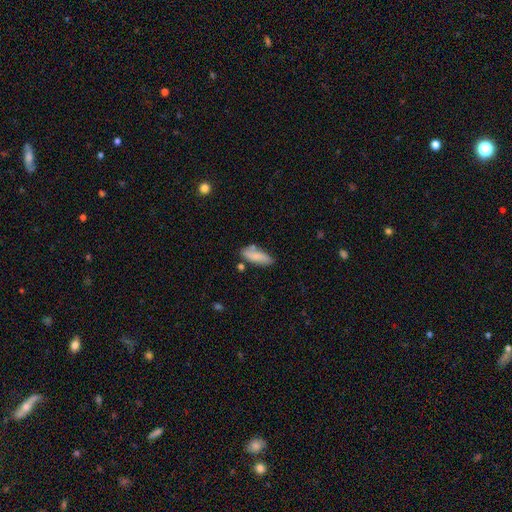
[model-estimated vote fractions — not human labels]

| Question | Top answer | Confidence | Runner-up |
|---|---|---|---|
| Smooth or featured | smooth | 79% | featured or disk (14%) |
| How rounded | in between | 63% | cigar-shaped (35%) |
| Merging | none | 65% | minor disturbance (21%) |